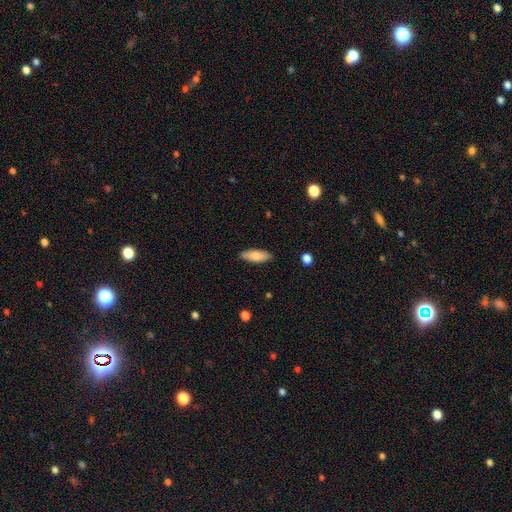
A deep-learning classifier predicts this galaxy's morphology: A smooth galaxy with no disk features (78%) that is in between round and cigar-shaped (65%). Merging: none (87%).